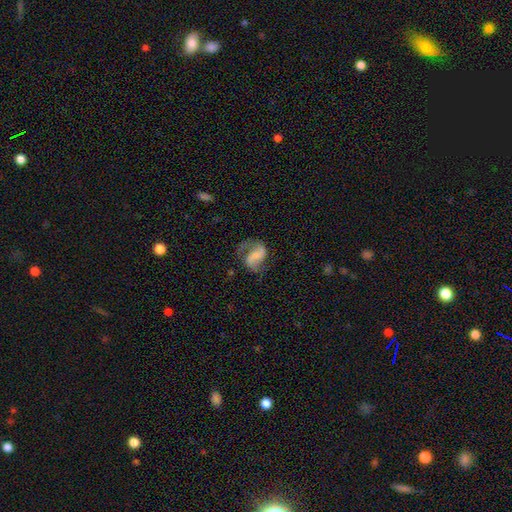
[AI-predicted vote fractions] A featured or disk galaxy (72%) with a weak bar (41%), 2 (83%) loose (46%) spiral arms (91%) and no central bulge (43%).

Vote fractions:
- Smooth or featured? featured or disk: 72% / smooth: 20% / star or artifact: 8%
- Edge-on disk? no: 98% / yes: 2%
- Bar? weak: 41% / strong: 30% / no: 29%
- Spiral arms? yes: 91% / no: 9%
- Spiral winding? loose: 46% / medium: 42% / tight: 12%
- Spiral arm count? 2: 83% / 1: 10% / can't tell: 4% / 3: 1% / 4: 1% / more than 4: 1%
- Bulge size? none: 43% / small: 30% / moderate: 17% / large: 7% / dominant: 2%
- Merging? none: 54% / major disturbance: 23% / minor disturbance: 20% / merger: 3%